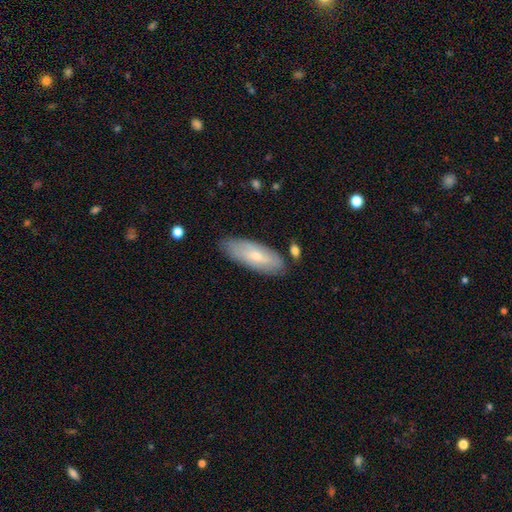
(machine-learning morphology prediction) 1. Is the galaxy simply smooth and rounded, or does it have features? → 63% smooth, 31% featured or disk, 6% star or artifact.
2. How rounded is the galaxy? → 70% in between, 29% cigar-shaped, 2% round.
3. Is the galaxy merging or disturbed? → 79% none, 15% minor disturbance, 3% merger, 3% major disturbance.